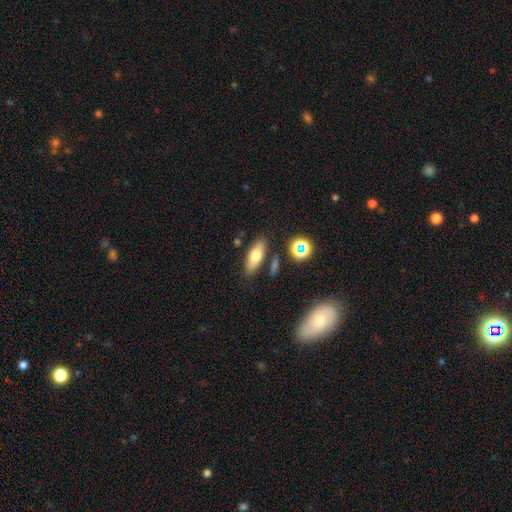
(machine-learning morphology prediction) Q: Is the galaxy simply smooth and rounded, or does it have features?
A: smooth — 68%.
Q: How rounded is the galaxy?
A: in between — 71%.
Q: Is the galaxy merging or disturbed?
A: none — 80%.